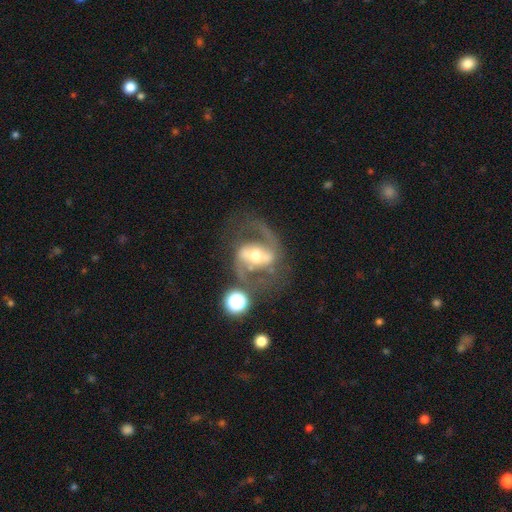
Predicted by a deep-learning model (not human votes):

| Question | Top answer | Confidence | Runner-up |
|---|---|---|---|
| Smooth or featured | featured or disk | 87% | smooth (7%) |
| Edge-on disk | no | 96% | yes (4%) |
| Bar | strong | 60% | weak (28%) |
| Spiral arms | yes | 94% | no (6%) |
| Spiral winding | medium | 55% | loose (33%) |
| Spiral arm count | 2 | 91% | 1 (3%) |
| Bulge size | moderate | 63% | small (19%) |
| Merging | none | 62% | major disturbance (16%) |